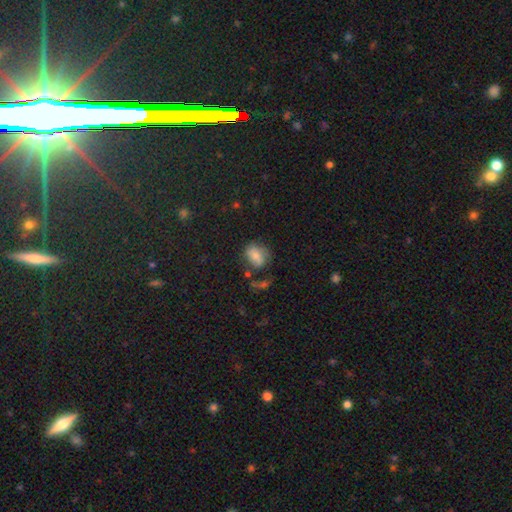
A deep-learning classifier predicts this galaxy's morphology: Smooth or featured? Predicted: smooth (p=0.64). How rounded? Predicted: in between (p=0.64). Merging? Predicted: none (p=0.43).